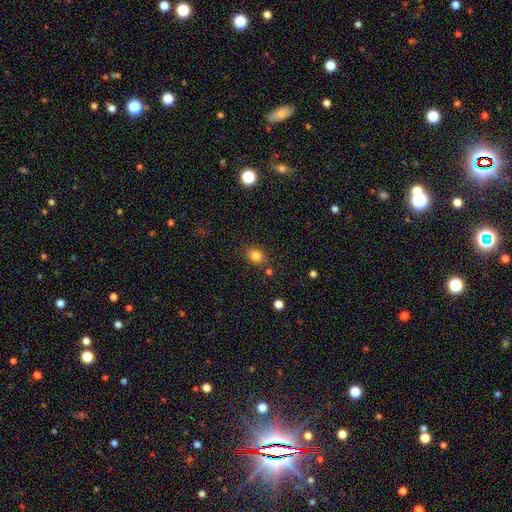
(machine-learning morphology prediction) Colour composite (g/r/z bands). It shows a smooth galaxy with no disk features (81%) that is round (60%). Merging: none (77%).